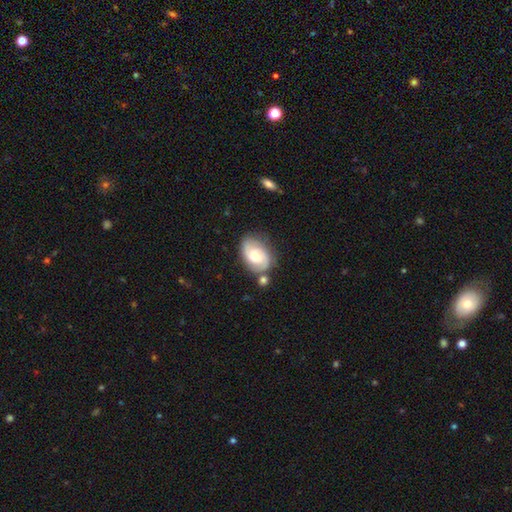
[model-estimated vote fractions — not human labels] Morphology: type=featured or disk (57%); edge-on=no (96%); bar=no (65%); spiral arms=yes (86%); bulge=moderate (64%); merging=none (63%).